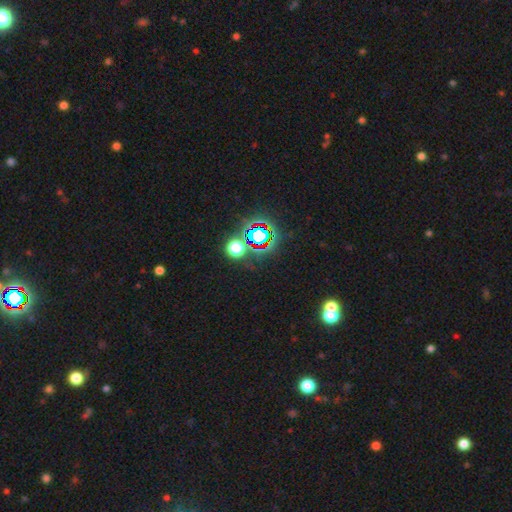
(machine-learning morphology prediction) Smooth or featured: star or artifact — 77% (smooth — 14%)